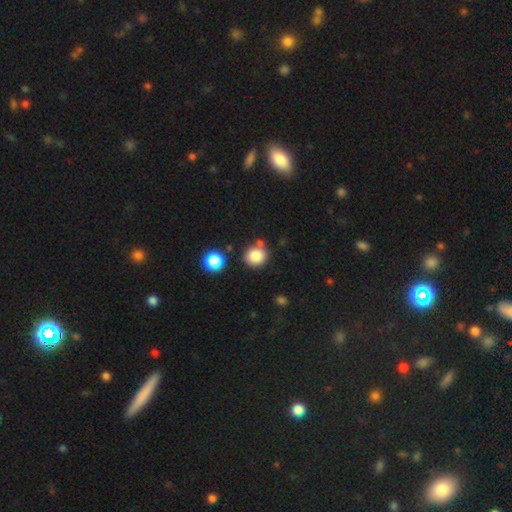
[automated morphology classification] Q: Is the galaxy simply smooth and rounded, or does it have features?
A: smooth — 84%.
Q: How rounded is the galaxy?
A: round — 86%.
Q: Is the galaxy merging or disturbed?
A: none — 74%.